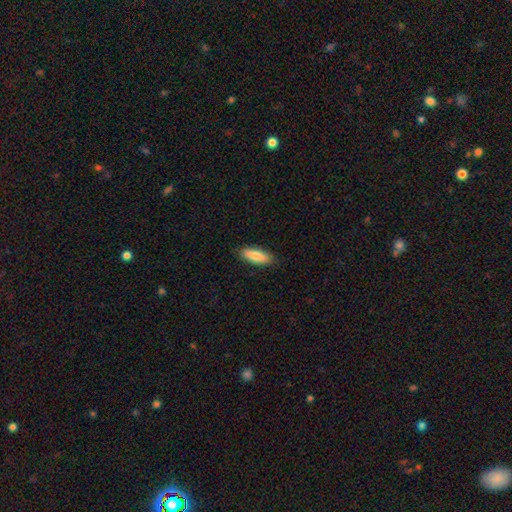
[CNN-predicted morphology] Smooth or featured? smooth (82%)
How rounded? in between (61%)
Merging? none (87%)